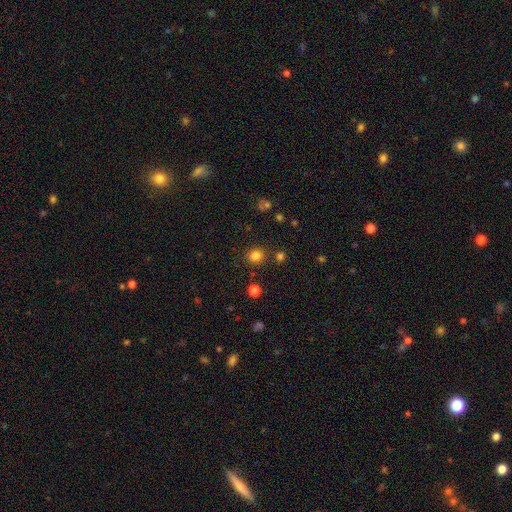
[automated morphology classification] A smooth galaxy with no disk features (81%) that is round (85%).

Vote fractions:
- Smooth or featured? smooth: 81% / star or artifact: 15% / featured or disk: 4%
- How rounded? round: 85% / in between: 14% / cigar-shaped: 1%
- Merging? none: 85% / minor disturbance: 7% / merger: 4% / major disturbance: 3%